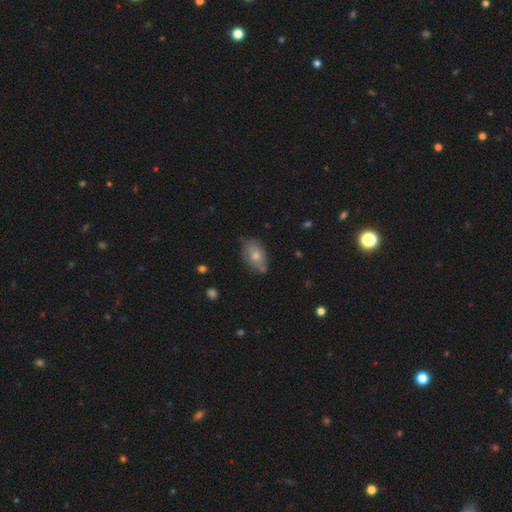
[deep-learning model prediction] Overall: smooth (70%). How rounded: in between (88%). Merging: none (60%; minor disturbance 30%).